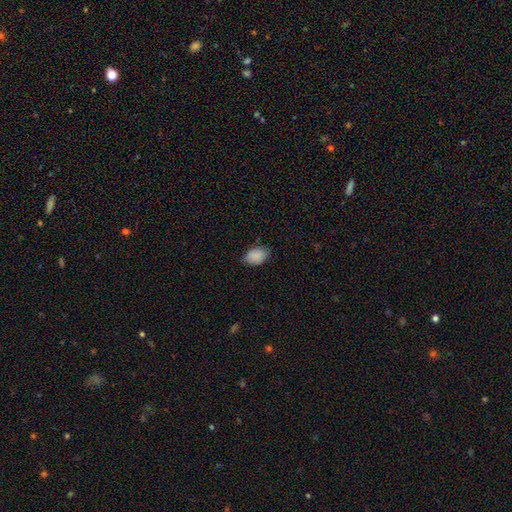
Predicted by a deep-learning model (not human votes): Overall: smooth (87%). How rounded: in between (80%). Merging: none (72%).